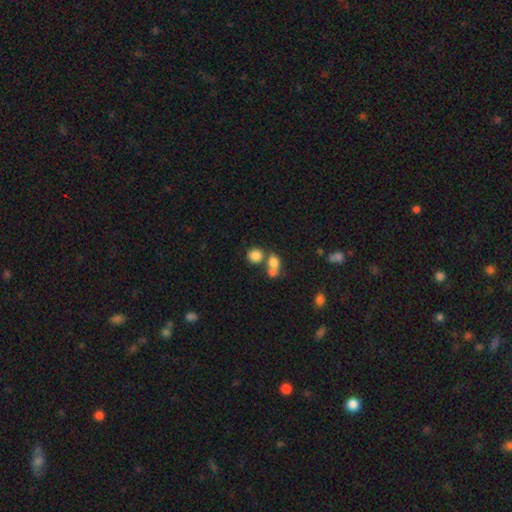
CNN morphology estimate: This is clearly a smooth galaxy (80%). How rounded: clearly round (81%). Merging: possibly none (48%).